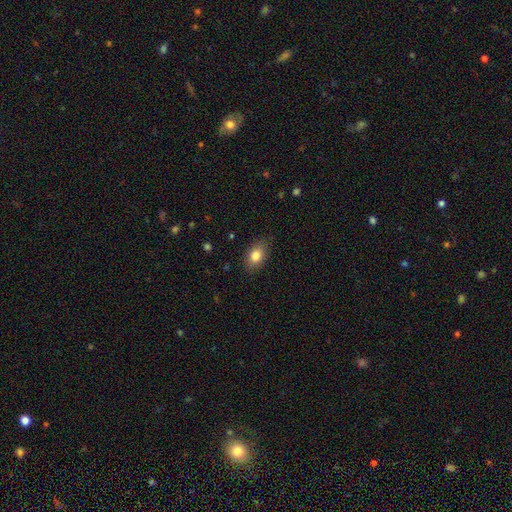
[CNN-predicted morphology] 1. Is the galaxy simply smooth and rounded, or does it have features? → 81% smooth, 10% featured or disk, 9% star or artifact.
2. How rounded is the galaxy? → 82% in between, 16% round, 2% cigar-shaped.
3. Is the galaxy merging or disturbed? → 83% none, 13% minor disturbance, 3% major disturbance, 1% merger.